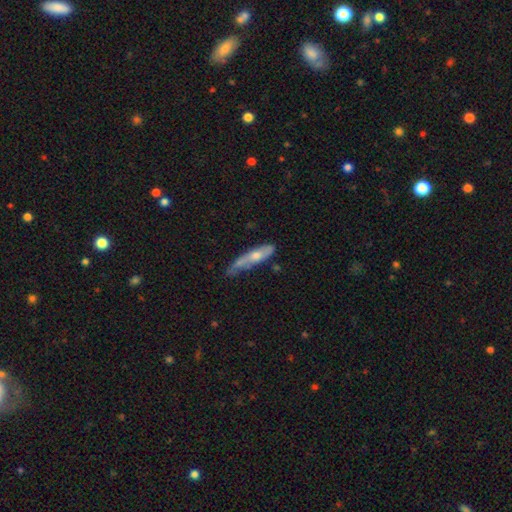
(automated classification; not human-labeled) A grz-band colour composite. It shows a featured or disk galaxy (48%). Merging: none (50%).